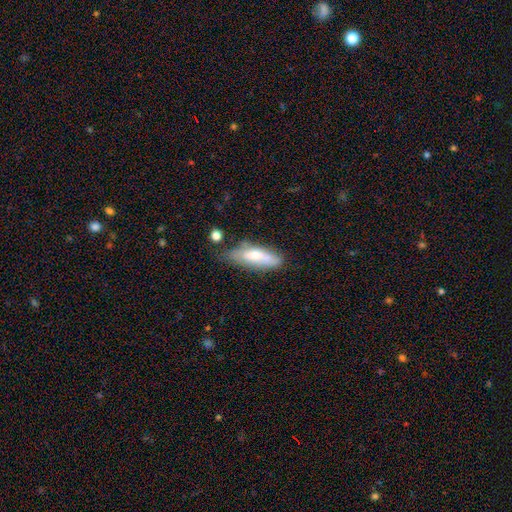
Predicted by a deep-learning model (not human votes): This is likely a smooth galaxy (63%). How rounded: possibly in between (53%). Merging: possibly none (54%).